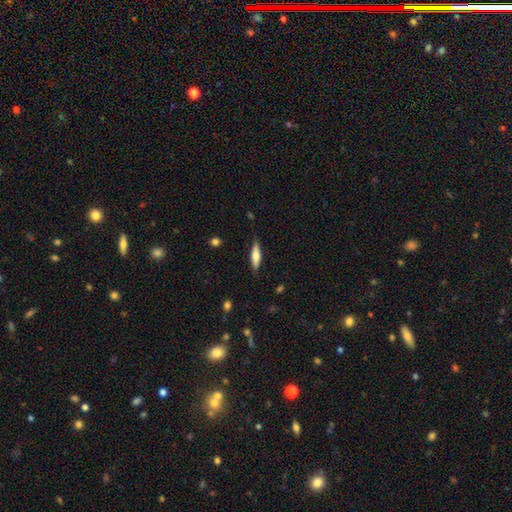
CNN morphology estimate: smooth-or-featured: smooth: 60% | featured or disk: 34% | star or artifact: 6%
  how-rounded: cigar-shaped: 67% | in between: 31% | round: 2%
  merging: none: 86% | minor disturbance: 11% | major disturbance: 2% | merger: 1%